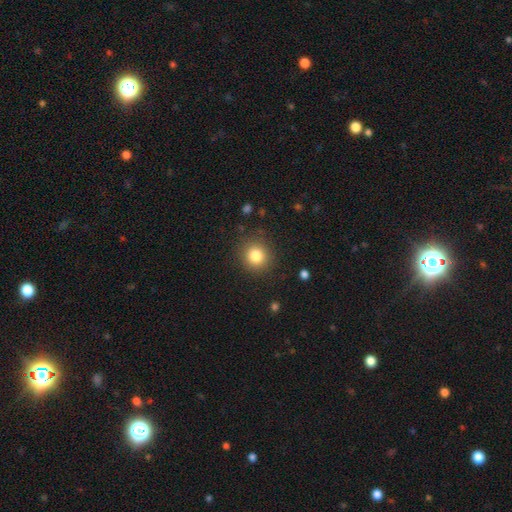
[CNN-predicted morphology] type=smooth (82%); roundness=round (90%); merging=none (87%).